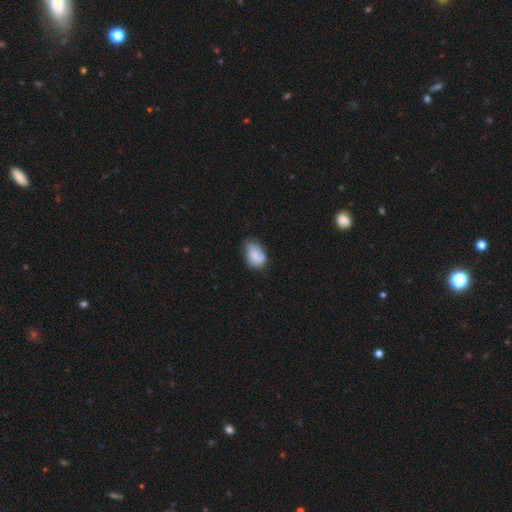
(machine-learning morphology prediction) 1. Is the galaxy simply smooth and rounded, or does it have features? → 78% smooth, 15% featured or disk, 7% star or artifact.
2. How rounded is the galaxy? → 84% in between, 14% round, 1% cigar-shaped.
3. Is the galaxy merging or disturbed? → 54% none, 36% minor disturbance, 8% major disturbance, 2% merger.